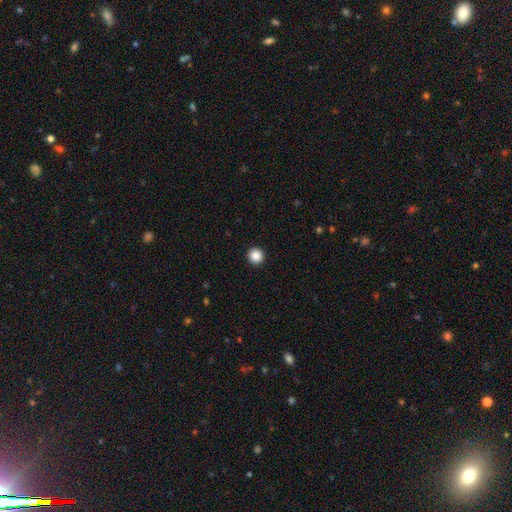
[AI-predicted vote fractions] This is clearly a smooth galaxy (87%). How rounded: clearly round (95%). Merging: clearly none (94%).